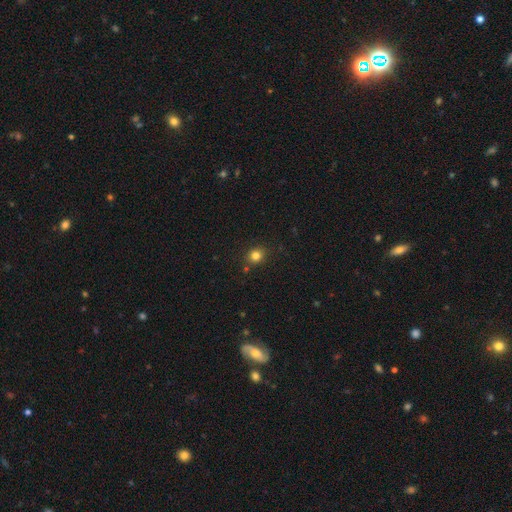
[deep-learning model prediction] The model was most divided on "how rounded": round: 78%, in between: 21%, cigar-shaped: 1%. More confident: merging — none (85%); smooth or featured — smooth (81%).